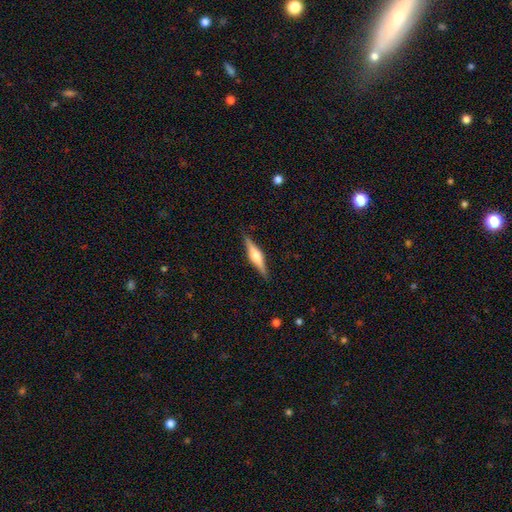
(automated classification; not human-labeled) Smooth or featured? Predicted: featured or disk (p=0.73). Edge-on disk? Predicted: yes (p=0.98). Edge-on bulge? Predicted: rounded (p=0.87). Merging? Predicted: none (p=0.89).